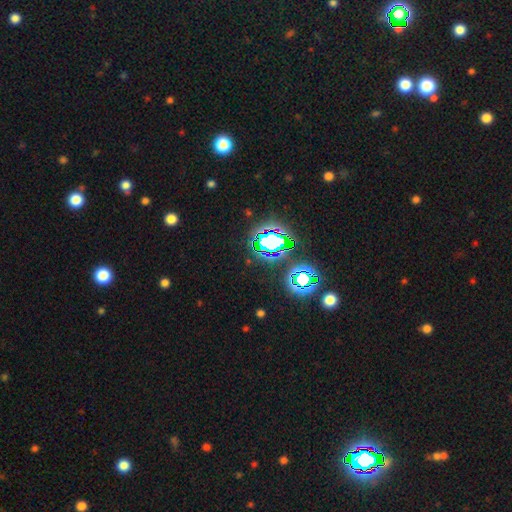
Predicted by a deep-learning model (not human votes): This appears to be a star or artifact, not a galaxy (76%).